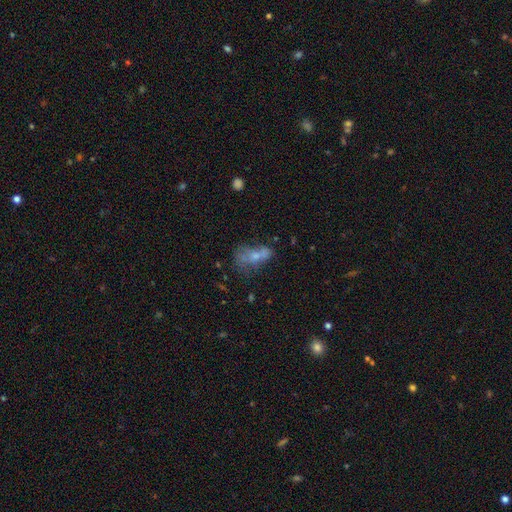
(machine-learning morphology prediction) A smooth galaxy with no disk features (52%) that is in between round and cigar-shaped (77%). Merging: major disturbance (30%).